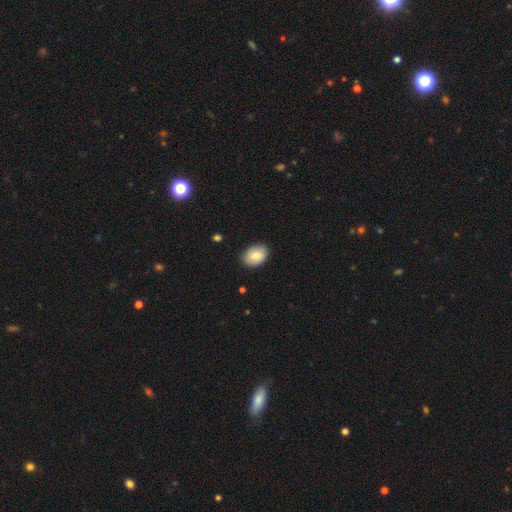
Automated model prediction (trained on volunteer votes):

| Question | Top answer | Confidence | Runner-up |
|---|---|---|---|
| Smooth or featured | smooth | 85% | featured or disk (8%) |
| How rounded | in between | 77% | round (22%) |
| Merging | none | 84% | minor disturbance (12%) |